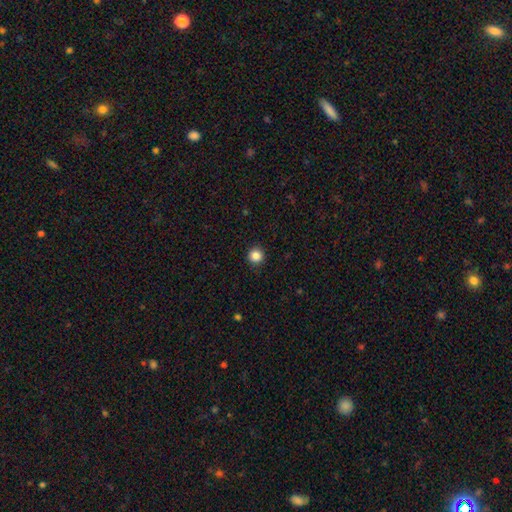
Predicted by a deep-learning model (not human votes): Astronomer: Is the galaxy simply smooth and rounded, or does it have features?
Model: smooth — 85%.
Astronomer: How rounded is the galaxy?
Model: round — 95%.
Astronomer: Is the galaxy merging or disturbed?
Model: none — 93%.